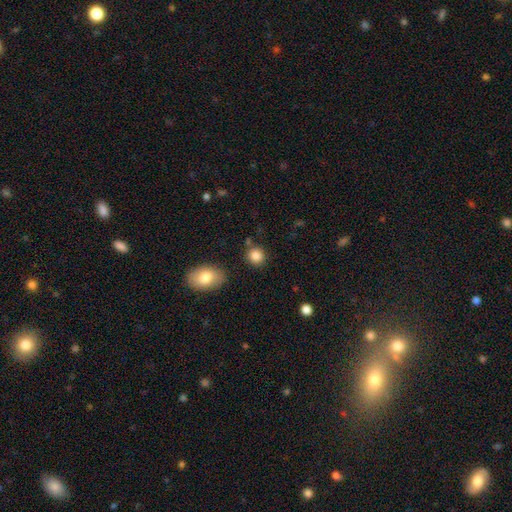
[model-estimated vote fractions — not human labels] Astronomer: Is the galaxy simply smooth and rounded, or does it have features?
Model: smooth — 86%.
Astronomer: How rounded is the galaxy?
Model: round — 85%.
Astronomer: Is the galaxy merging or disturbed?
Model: none — 83%.